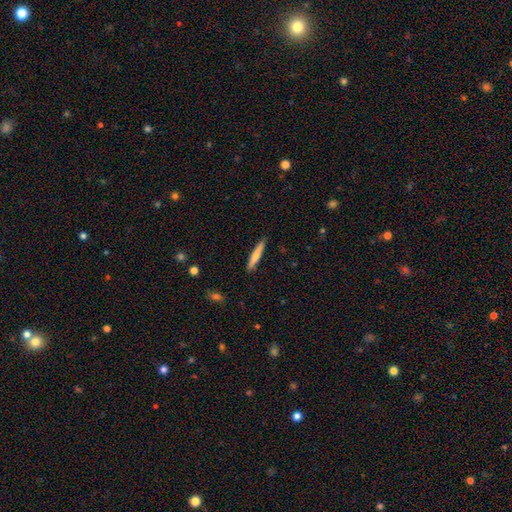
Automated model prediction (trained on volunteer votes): Q: Smooth or featured?
A: smooth (68%); runner-up: featured or disk (27%)
Q: How rounded?
A: cigar-shaped (94%); runner-up: in between (5%)
Q: Merging?
A: none (89%); runner-up: minor disturbance (8%)